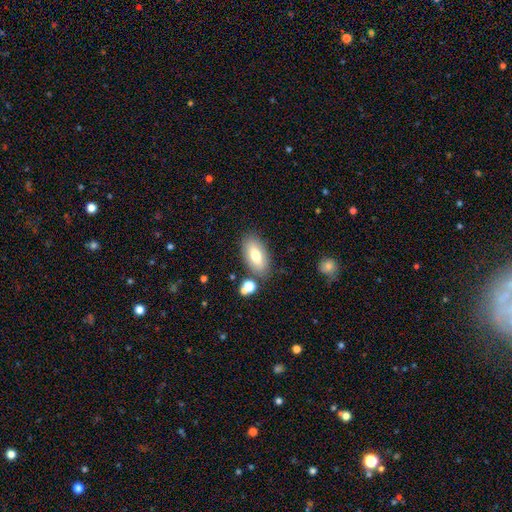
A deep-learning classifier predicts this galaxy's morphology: Smooth or featured: smooth — 73% (featured or disk — 20%)
How rounded: in between — 90% (cigar-shaped — 6%)
Merging: none — 79% (minor disturbance — 11%)